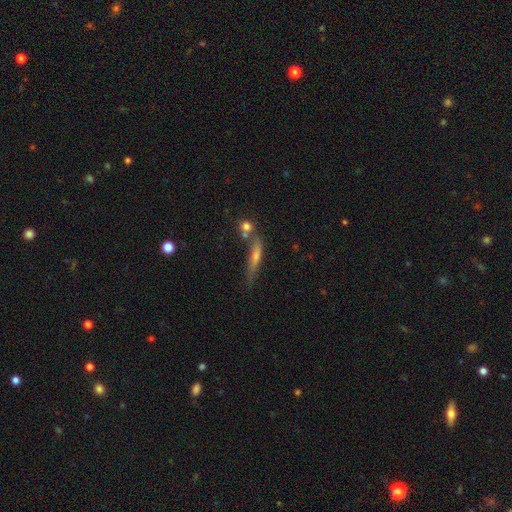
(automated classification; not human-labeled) Smooth or featured? Predicted: featured or disk (p=0.45). Merging? Predicted: none (p=0.57).